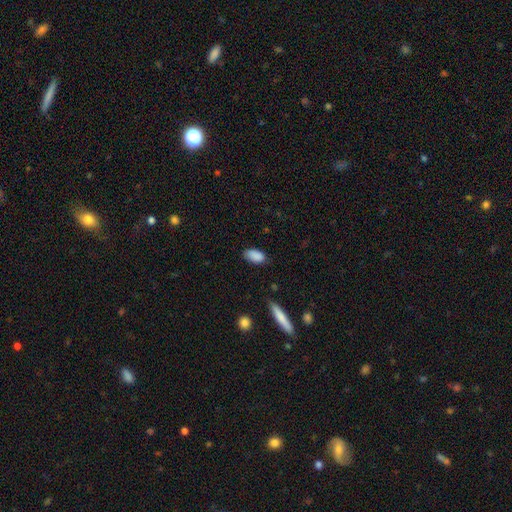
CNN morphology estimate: This appears to be a smooth galaxy with no disk features (88%) that is in between round and cigar-shaped (93%). Merging: none (77%).